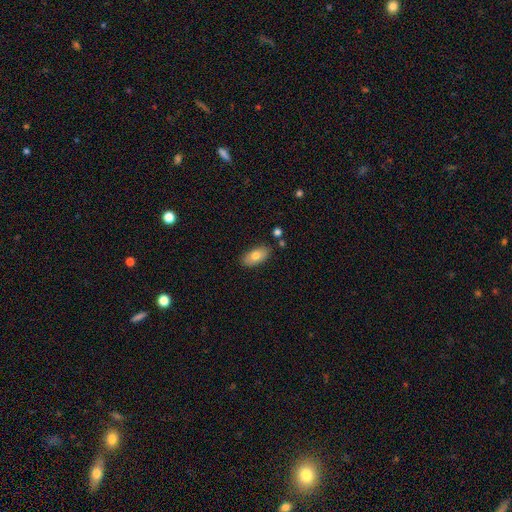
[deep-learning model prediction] Smooth or featured? Predicted: smooth (p=0.75). How rounded? Predicted: in between (p=0.91). Merging? Predicted: none (p=0.83).